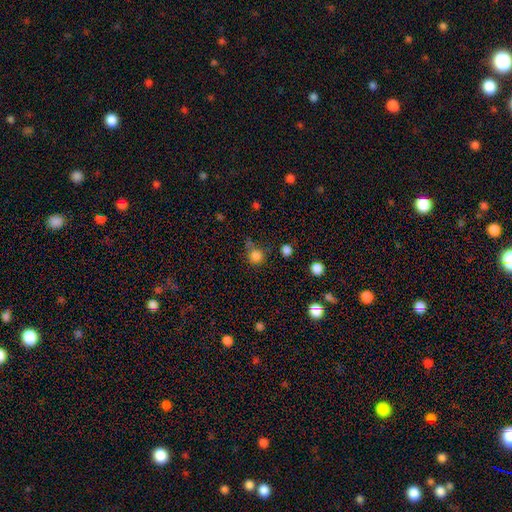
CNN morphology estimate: smooth-or-featured: smooth: 80% | star or artifact: 15% | featured or disk: 5%
  how-rounded: round: 89% | in between: 9% | cigar-shaped: 1%
  merging: none: 63% | minor disturbance: 19% | merger: 9% | major disturbance: 8%